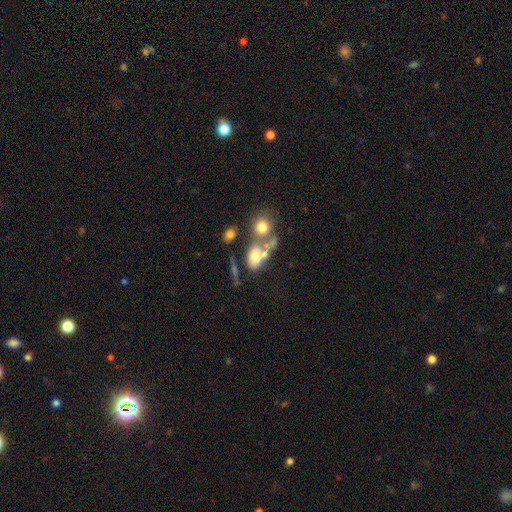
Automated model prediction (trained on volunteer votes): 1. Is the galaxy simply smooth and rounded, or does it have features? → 67% smooth, 21% featured or disk, 12% star or artifact.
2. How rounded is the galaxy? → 77% in between, 20% round, 3% cigar-shaped.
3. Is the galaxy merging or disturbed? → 43% merger, 33% none, 13% minor disturbance, 10% major disturbance.